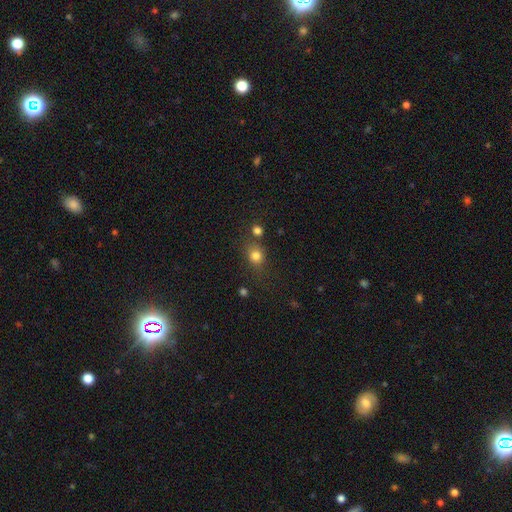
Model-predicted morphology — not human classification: smooth 78%, star or artifact 14%, featured or disk 8%. Down the decision tree: how rounded — round (71%); merging — none (67%).